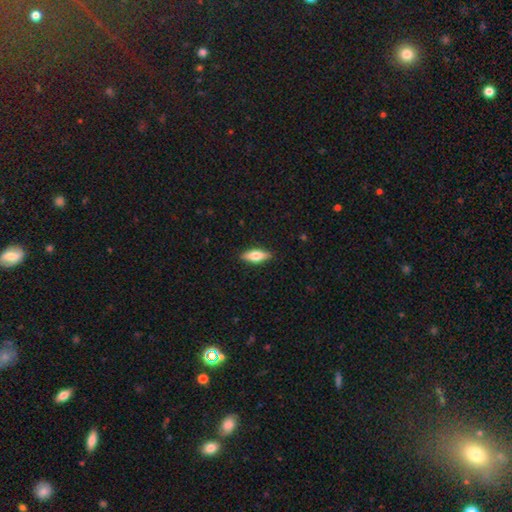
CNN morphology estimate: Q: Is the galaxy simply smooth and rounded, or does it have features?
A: smooth — 57%.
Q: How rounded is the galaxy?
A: in between — 57%.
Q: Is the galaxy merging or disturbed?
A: none — 88%.